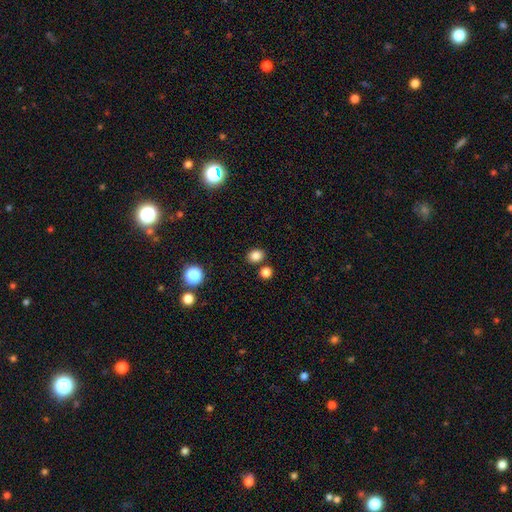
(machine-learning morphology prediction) The model was most divided on "how rounded": round: 58%, in between: 41%, cigar-shaped: 1%. More confident: smooth or featured — smooth (83%); merging — none (80%).